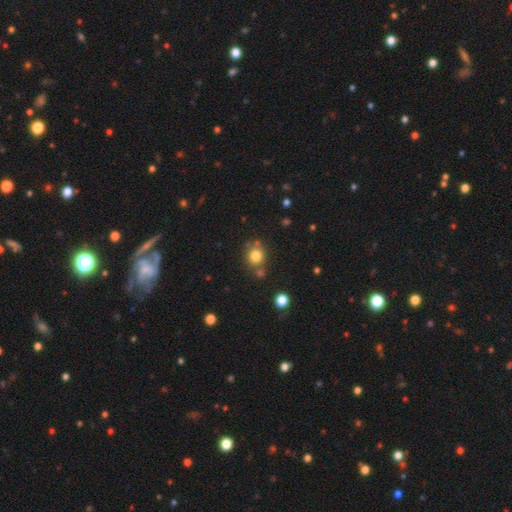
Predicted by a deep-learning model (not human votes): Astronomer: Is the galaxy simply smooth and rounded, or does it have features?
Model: smooth — 80%.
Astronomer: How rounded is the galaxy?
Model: round — 81%.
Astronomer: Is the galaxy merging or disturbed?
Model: none — 70%.